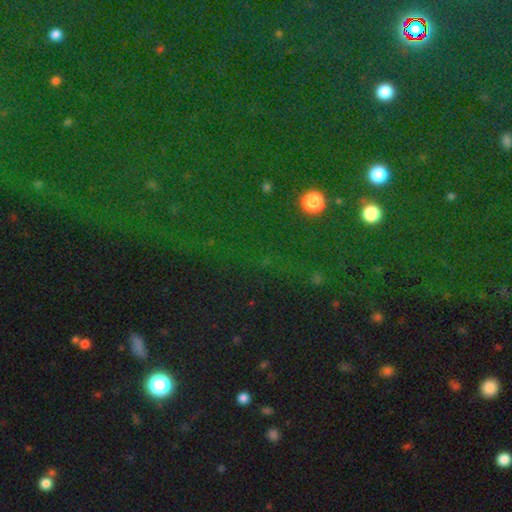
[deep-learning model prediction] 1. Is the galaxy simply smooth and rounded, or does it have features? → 81% star or artifact, 11% smooth, 8% featured or disk.